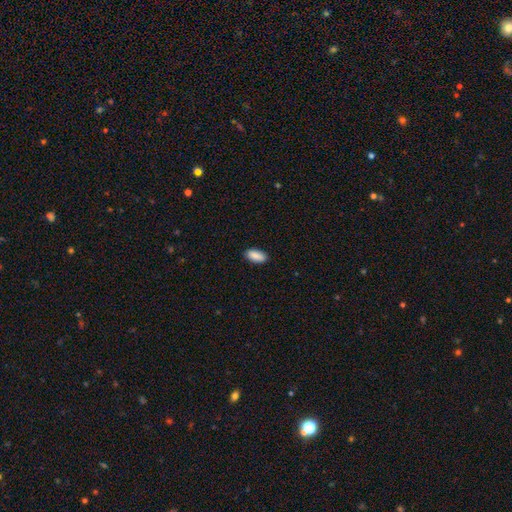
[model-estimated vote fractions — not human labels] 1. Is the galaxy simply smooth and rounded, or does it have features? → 89% smooth, 6% star or artifact, 4% featured or disk.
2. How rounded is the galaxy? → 89% in between, 9% cigar-shaped, 2% round.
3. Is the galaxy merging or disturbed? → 89% none, 8% minor disturbance, 2% major disturbance, 1% merger.